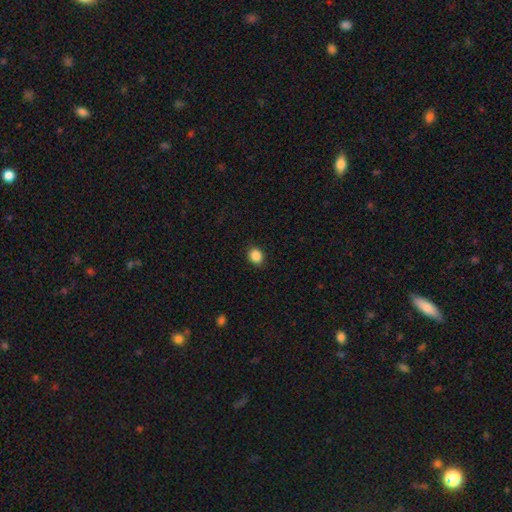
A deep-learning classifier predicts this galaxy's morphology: Overall: smooth (87%). How rounded: round (56%; in between 43%). Merging: none (91%).